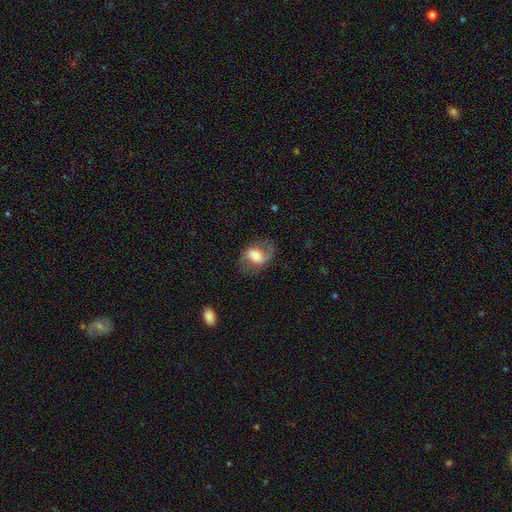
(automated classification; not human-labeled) Smooth or featured?
  - featured or disk: 58% *
  - smooth: 34%
  - star or artifact: 8%
Edge-on disk?
  - no: 96% *
  - yes: 4%
Bar?
  - weak: 44% *
  - no: 32%
  - strong: 25%
Spiral arms?
  - yes: 82% *
  - no: 18%
Bulge size?
  - moderate: 36% *
  - large: 35%
  - small: 17%
  - none: 7%
  - dominant: 6%
Merging?
  - none: 64% *
  - minor disturbance: 19%
  - major disturbance: 15%
  - merger: 2%